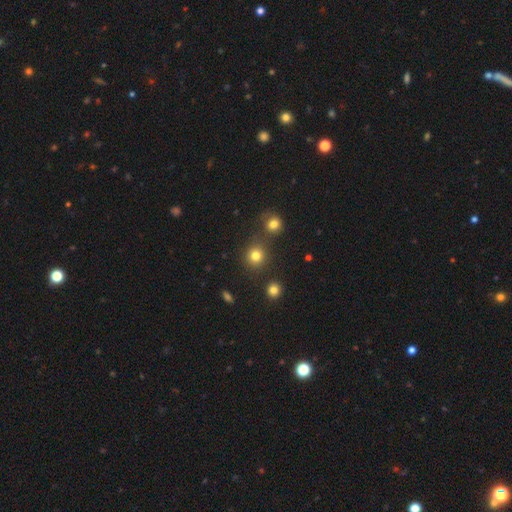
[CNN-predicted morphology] type=smooth (80%); roundness=round (88%); merging=none (77%).